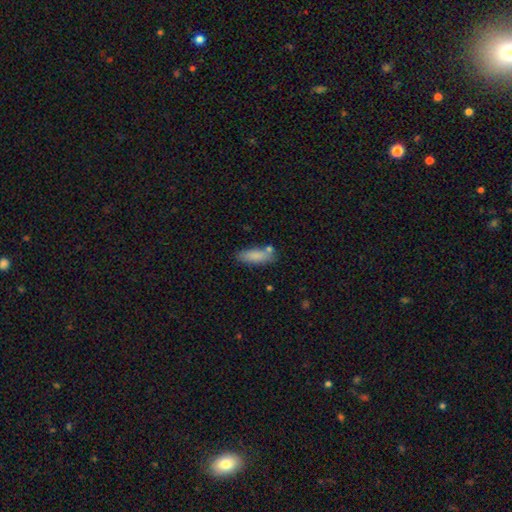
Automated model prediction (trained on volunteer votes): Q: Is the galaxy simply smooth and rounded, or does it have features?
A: smooth — 84%.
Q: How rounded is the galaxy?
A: in between — 61%.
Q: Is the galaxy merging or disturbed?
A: none — 70%.